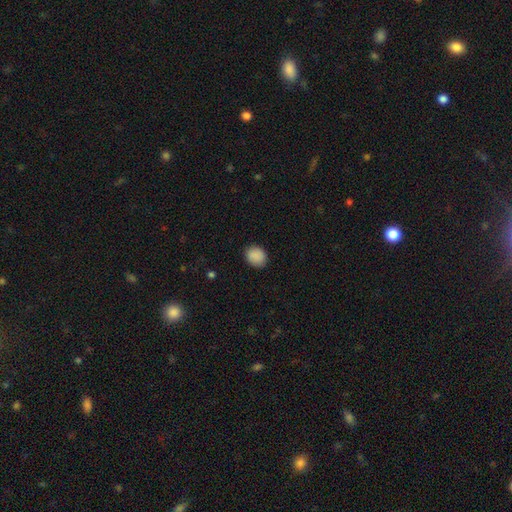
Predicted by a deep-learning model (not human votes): Smooth or featured? Predicted: smooth (p=0.89). How rounded? Predicted: round (p=0.70). Merging? Predicted: none (p=0.89).